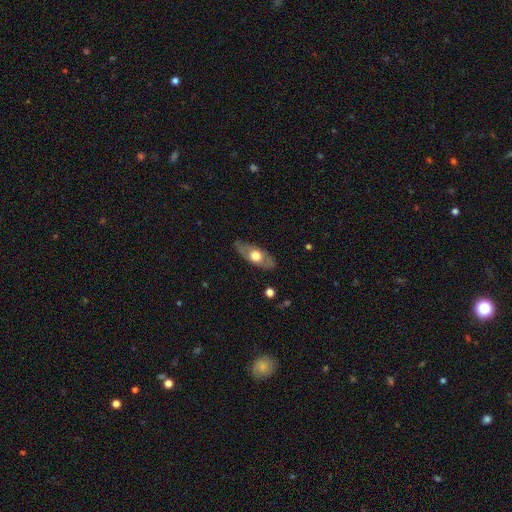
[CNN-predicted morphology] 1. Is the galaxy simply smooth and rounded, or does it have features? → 47% smooth (tied), 47% featured or disk (tied), 5% star or artifact.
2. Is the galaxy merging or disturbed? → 80% none, 15% minor disturbance, 4% major disturbance, 1% merger.